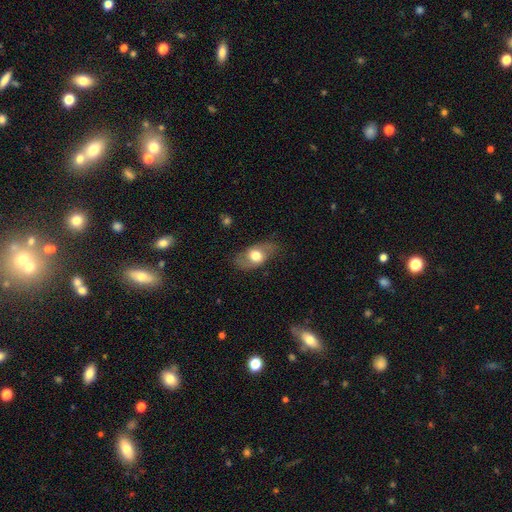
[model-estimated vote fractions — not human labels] smooth 54%, featured or disk 39%, star or artifact 7%. Down the decision tree: how rounded — in between (82%); merging — none (72%).